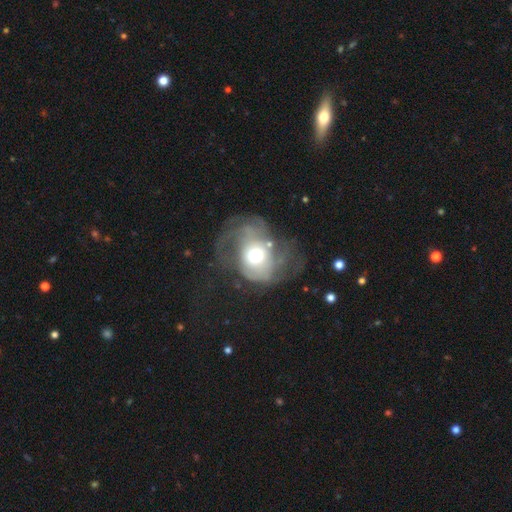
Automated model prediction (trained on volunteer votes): This appears to be a featured or disk galaxy (57%) with no bar (82%), spiral arms (57%) and a moderate central bulge (62%). Merging: major disturbance (43%).